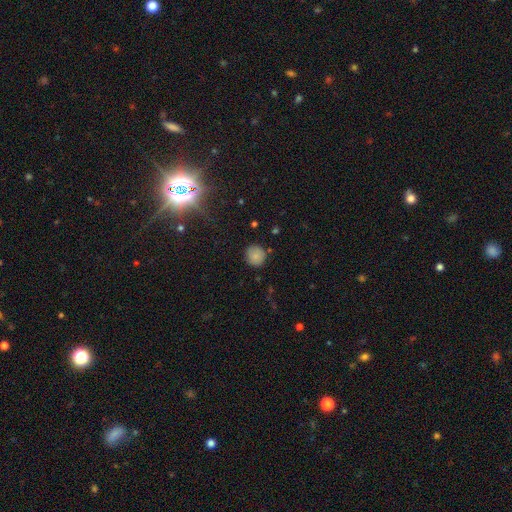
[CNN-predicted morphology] Q: Smooth or featured?
A: smooth (81%); runner-up: star or artifact (11%)
Q: How rounded?
A: round (90%); runner-up: in between (9%)
Q: Merging?
A: none (83%); runner-up: minor disturbance (12%)